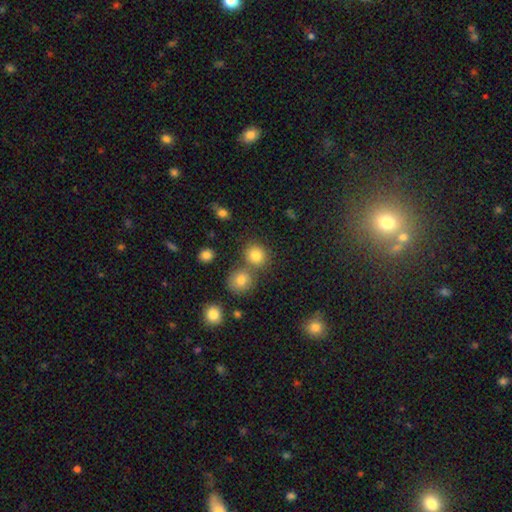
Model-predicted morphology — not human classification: smooth 80%, star or artifact 13%, featured or disk 7%. Down the decision tree: how rounded — round (84%); merging — none (67%).